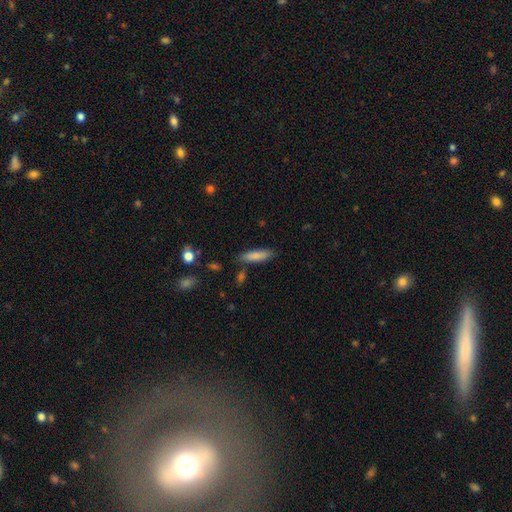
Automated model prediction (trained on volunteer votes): Smooth or featured: smooth — 82% (featured or disk — 12%)
How rounded: cigar-shaped — 67% (in between — 32%)
Merging: none — 79% (minor disturbance — 13%)